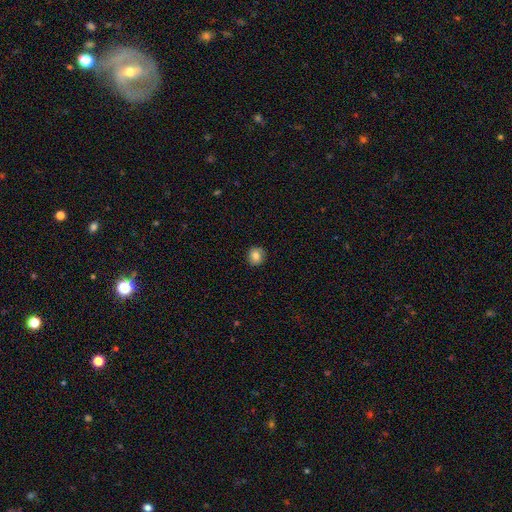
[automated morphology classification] Smooth or featured? Predicted: smooth (p=0.81). How rounded? Predicted: round (p=0.85). Merging? Predicted: none (p=0.89).